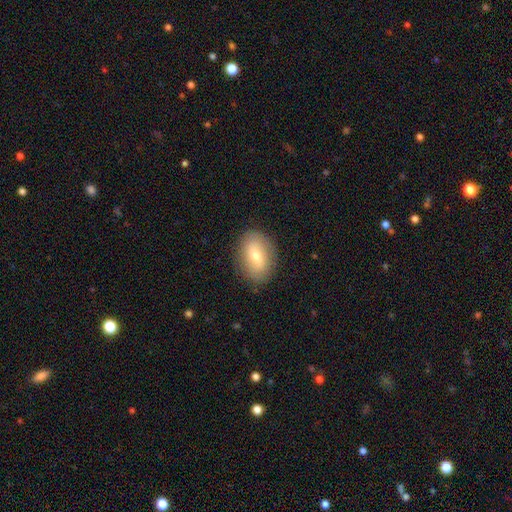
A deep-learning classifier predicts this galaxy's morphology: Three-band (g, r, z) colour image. It shows a smooth galaxy with no disk features (63%) that is in between round and cigar-shaped (81%). Merging: none (85%).